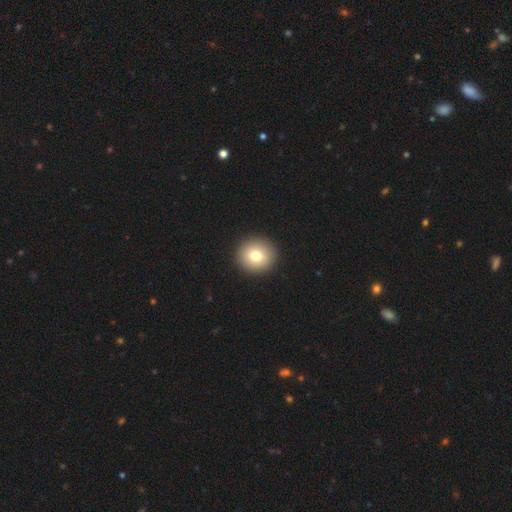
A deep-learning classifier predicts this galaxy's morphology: A smooth galaxy with no disk features (79%) that is round (89%). Merging: none (93%).